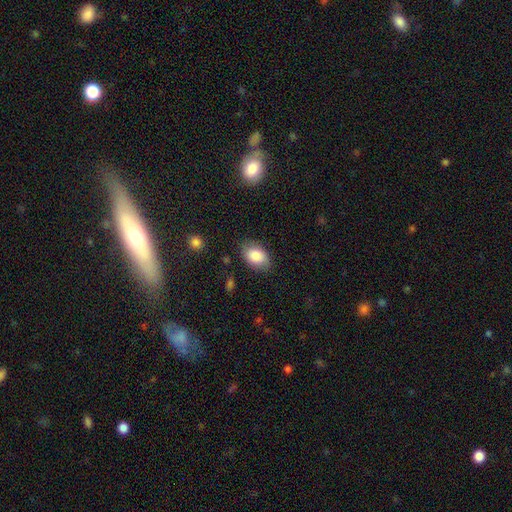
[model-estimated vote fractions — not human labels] smooth_or_featured: smooth (p=0.84) [alt: featured or disk p=0.08]
how_rounded: in between (p=0.86) [alt: round p=0.13]
merging: none (p=0.77) [alt: minor disturbance p=0.18]